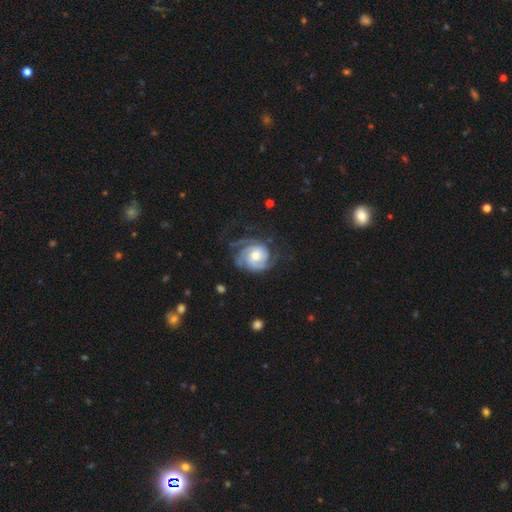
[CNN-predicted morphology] Overall: featured or disk (86%). Edge-on disk: no (98%). Bar: no (69%). Spiral arms: yes (96%). Spiral arm count: 3 (30%; 2 28%). Spiral winding: tight (64%; medium 29%). Bulge size: moderate (64%; small 27%). Merging: none (63%).